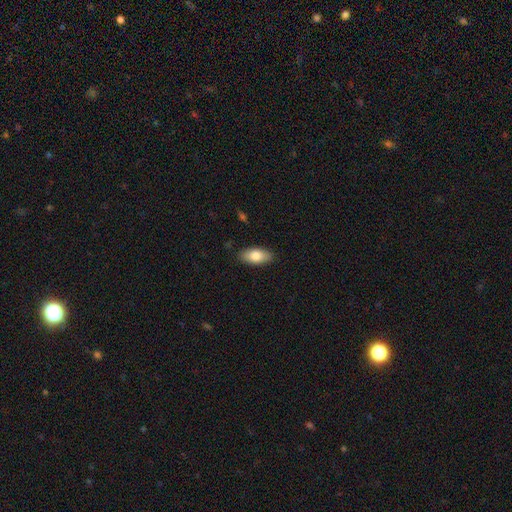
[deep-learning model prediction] Smooth or featured?
  - smooth: 81% *
  - featured or disk: 13%
  - star or artifact: 6%
How rounded?
  - in between: 91% *
  - cigar-shaped: 6%
  - round: 3%
Merging?
  - none: 88% *
  - minor disturbance: 9%
  - major disturbance: 2%
  - merger: 1%